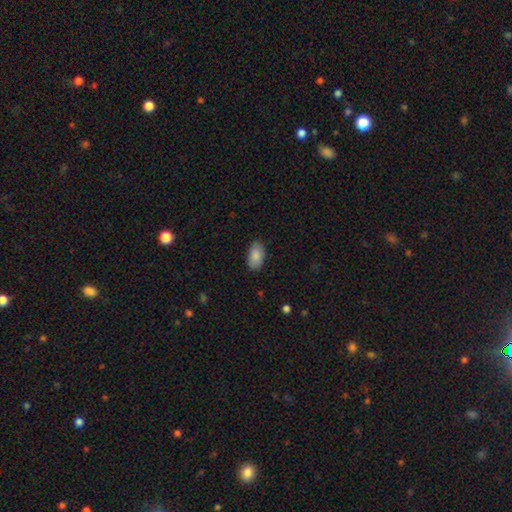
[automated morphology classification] A smooth galaxy with no disk features (88%) that is in between round and cigar-shaped (94%). Merging: none (86%).